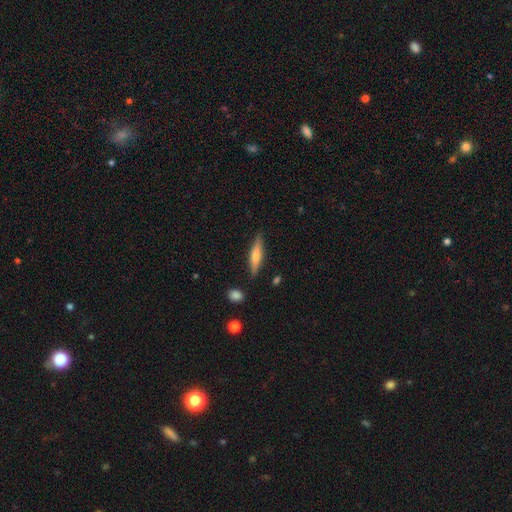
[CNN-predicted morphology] This appears to be a featured or disk galaxy (48%). Merging: none (85%).